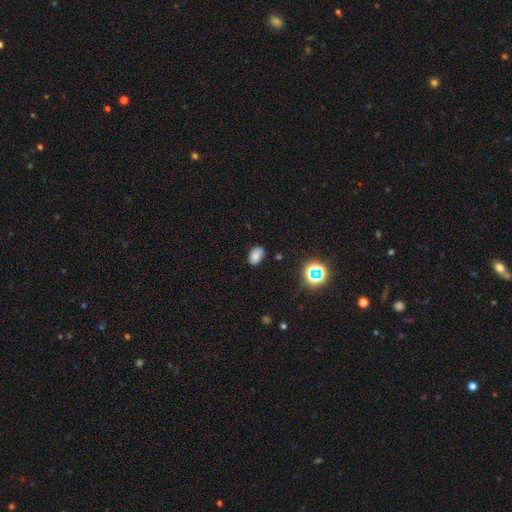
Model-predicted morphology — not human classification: Smooth or featured?
  - smooth: 76% *
  - star or artifact: 15%
  - featured or disk: 8%
How rounded?
  - in between: 85% *
  - round: 14%
  - cigar-shaped: 1%
Merging?
  - none: 78% *
  - minor disturbance: 17%
  - major disturbance: 3%
  - merger: 2%